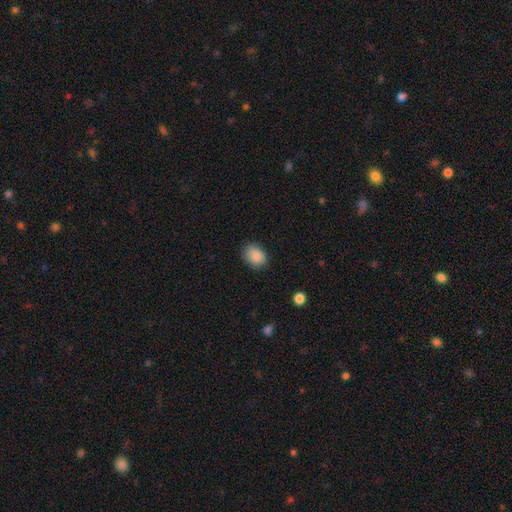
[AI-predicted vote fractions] A smooth galaxy with no disk features (88%) that is in between round and cigar-shaped (63%). Merging: none (78%).